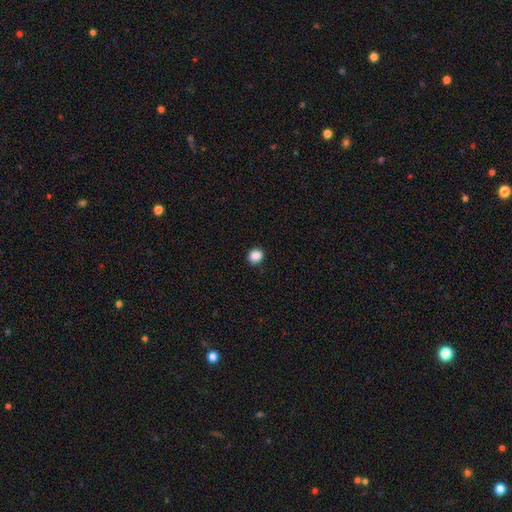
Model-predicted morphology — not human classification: smooth_or_featured: smooth (p=0.88) [alt: star or artifact p=0.10]
how_rounded: round (p=0.74) [alt: in between p=0.25]
merging: none (p=0.89) [alt: minor disturbance p=0.08]